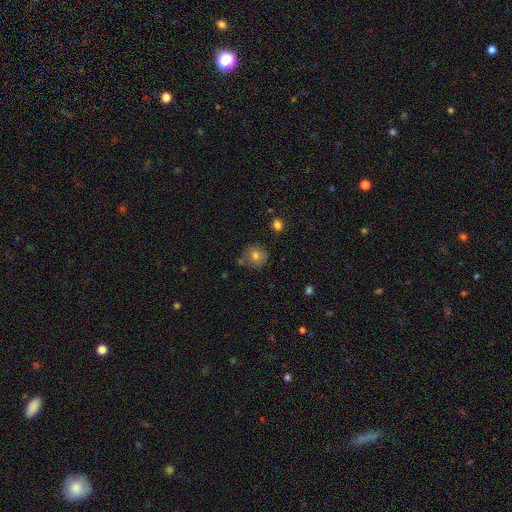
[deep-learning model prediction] Smooth or featured?
  - smooth: 75% *
  - featured or disk: 13%
  - star or artifact: 11%
How rounded?
  - round: 87% *
  - in between: 12%
  - cigar-shaped: 1%
Merging?
  - none: 73% *
  - minor disturbance: 15%
  - merger: 7%
  - major disturbance: 4%